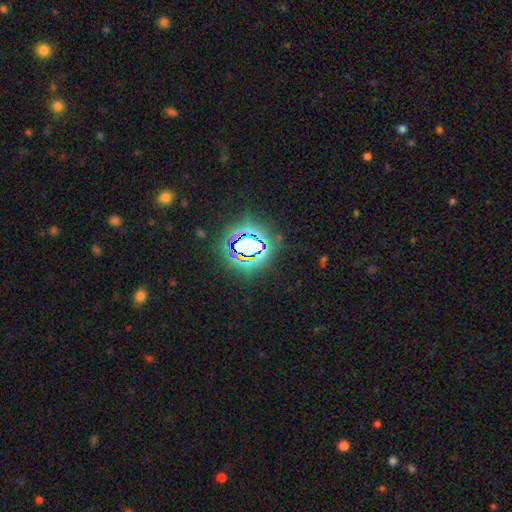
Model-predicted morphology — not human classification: star or artifact 71%, smooth 18%, featured or disk 12%.